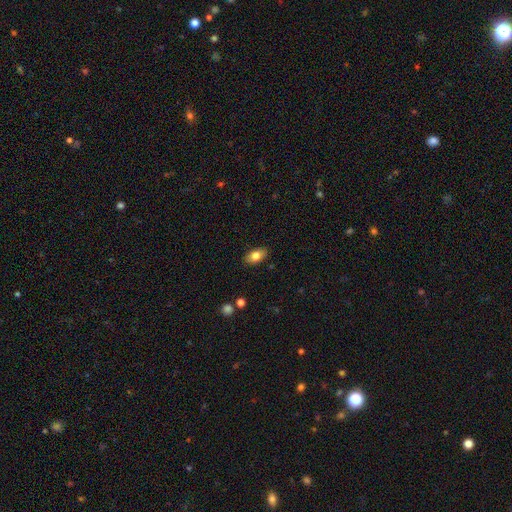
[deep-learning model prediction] Smooth or featured? Predicted: smooth (p=0.80). How rounded? Predicted: in between (p=0.90). Merging? Predicted: none (p=0.87).